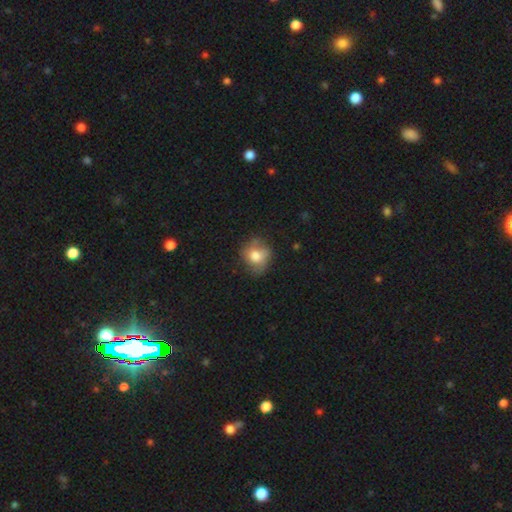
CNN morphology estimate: A smooth galaxy with no disk features (69%) that is round (66%). Merging: none (58%).